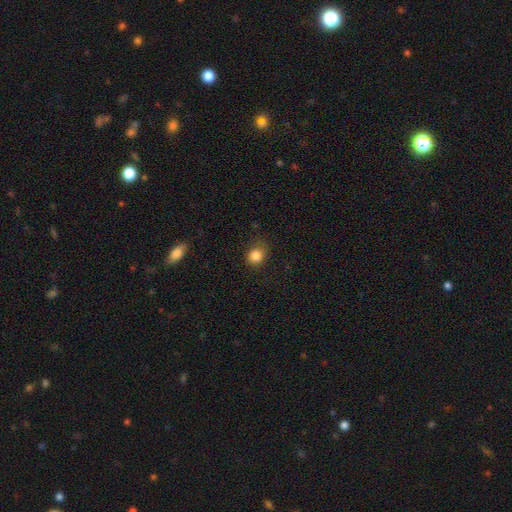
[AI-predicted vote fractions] This is clearly a smooth galaxy (84%). How rounded: likely round (73%). Merging: likely none (77%).